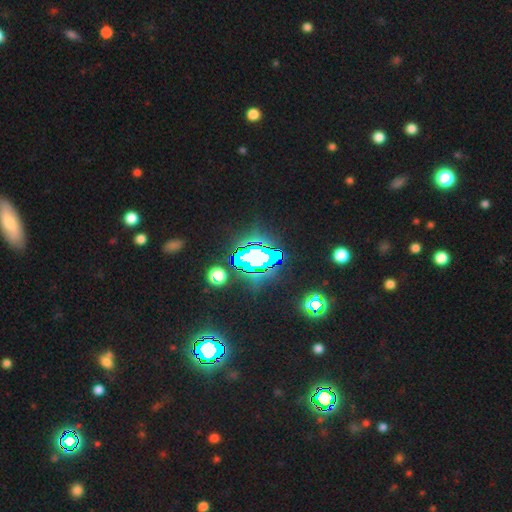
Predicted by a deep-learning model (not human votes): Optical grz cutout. It shows a star or artifact, not a galaxy (73%).